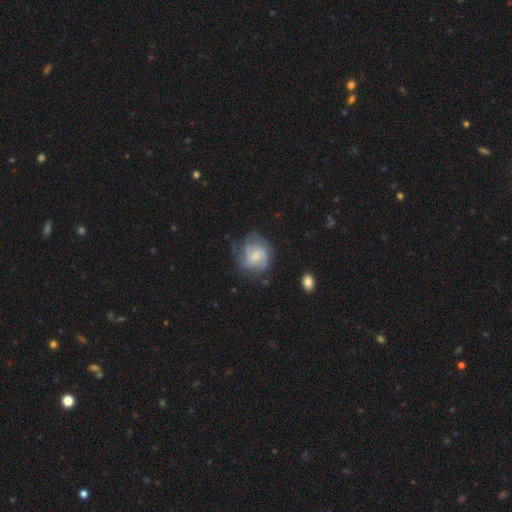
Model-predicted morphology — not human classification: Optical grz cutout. It shows a featured or disk galaxy (75%) with a weak bar (48%), 2 (36%) medium (47%) spiral arms (92%) and a small central bulge (49%). Merging: none (65%).